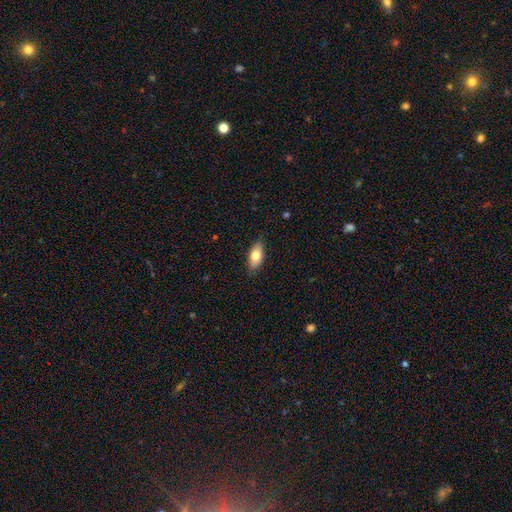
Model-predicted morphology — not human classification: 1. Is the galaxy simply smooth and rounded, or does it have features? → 75% smooth, 18% featured or disk, 6% star or artifact.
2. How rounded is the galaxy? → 88% in between, 9% cigar-shaped, 3% round.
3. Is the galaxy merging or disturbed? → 85% none, 12% minor disturbance, 2% major disturbance, 1% merger.